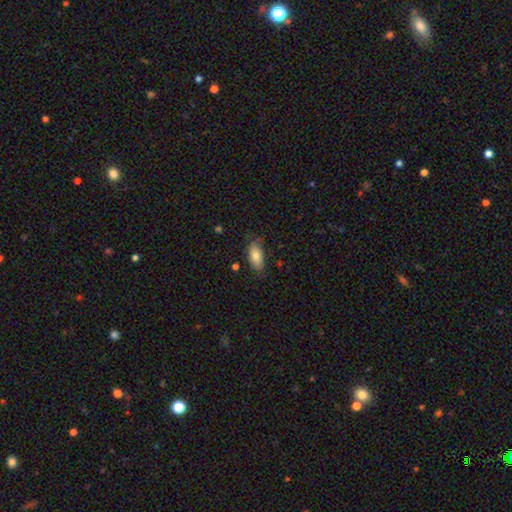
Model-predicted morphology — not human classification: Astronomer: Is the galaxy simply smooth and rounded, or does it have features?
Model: smooth — 80%.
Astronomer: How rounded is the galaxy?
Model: in between — 89%.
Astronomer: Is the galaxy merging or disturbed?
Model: none — 73%.